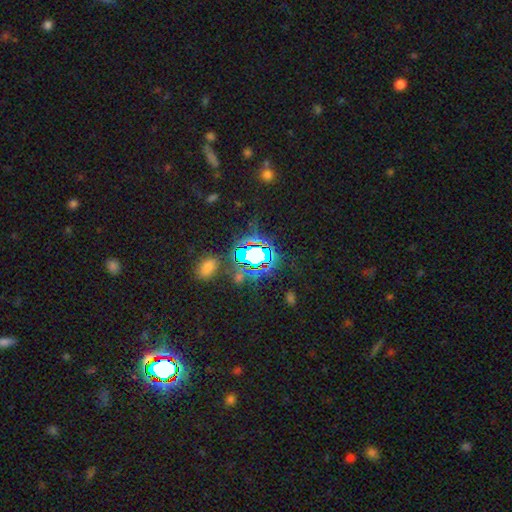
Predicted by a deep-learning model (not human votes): Smooth or featured: star or artifact — 70% (smooth — 18%)